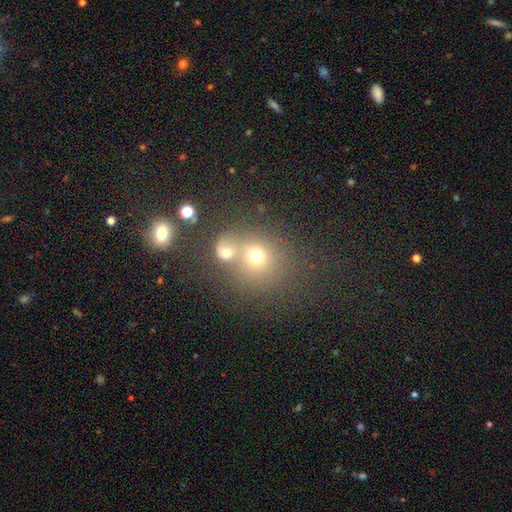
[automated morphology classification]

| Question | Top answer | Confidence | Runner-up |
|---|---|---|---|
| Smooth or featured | smooth | 68% | star or artifact (16%) |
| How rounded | round | 80% | in between (19%) |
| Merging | merger | 49% | none (37%) |